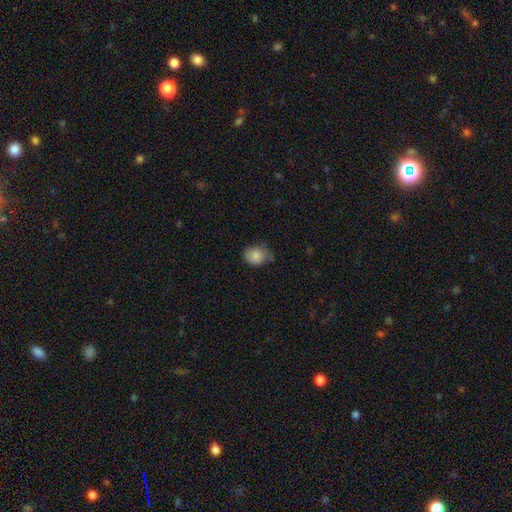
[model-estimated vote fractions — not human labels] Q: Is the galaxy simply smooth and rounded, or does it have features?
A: smooth — 84%.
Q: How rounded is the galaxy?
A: round — 54%.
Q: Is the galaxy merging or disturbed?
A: none — 58%.